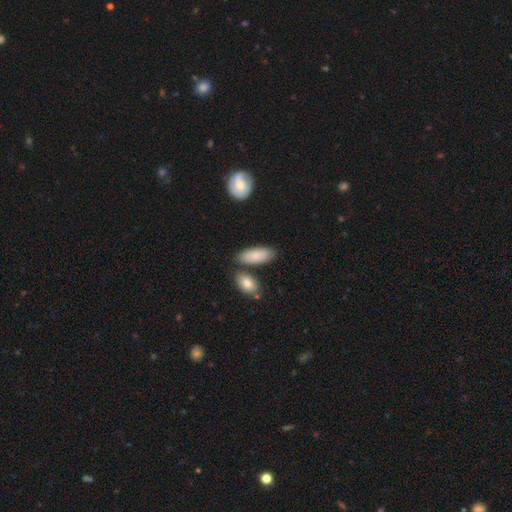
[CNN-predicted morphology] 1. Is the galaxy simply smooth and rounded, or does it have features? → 84% smooth, 10% featured or disk, 6% star or artifact.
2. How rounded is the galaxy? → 82% in between, 16% cigar-shaped, 2% round.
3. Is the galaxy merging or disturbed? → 71% none, 13% minor disturbance, 13% merger, 3% major disturbance.